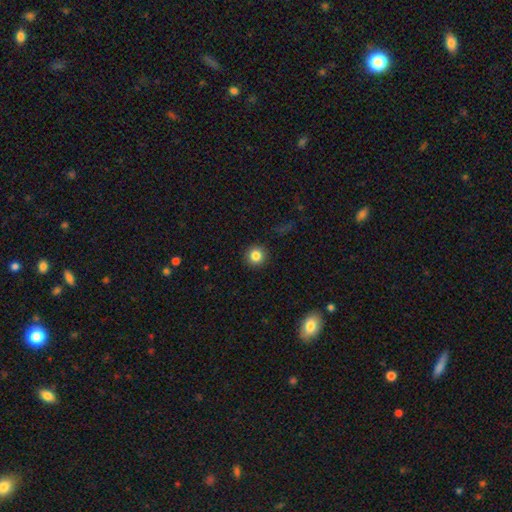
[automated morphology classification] This appears to be a smooth galaxy with no disk features (84%) that is round (95%). Merging: none (92%).